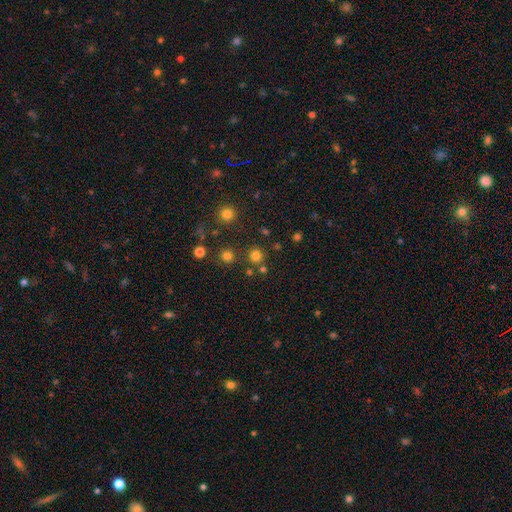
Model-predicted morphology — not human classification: type=smooth (76%); roundness=round (94%); merging=none (84%).